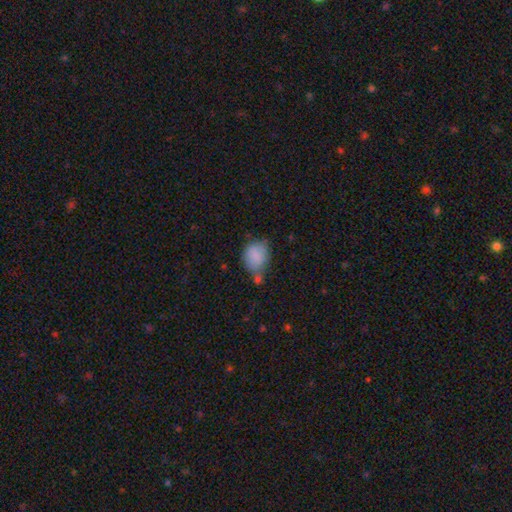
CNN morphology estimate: smooth 82%, featured or disk 9%, star or artifact 9%. Down the decision tree: how rounded — in between (51%); merging — none (44%).